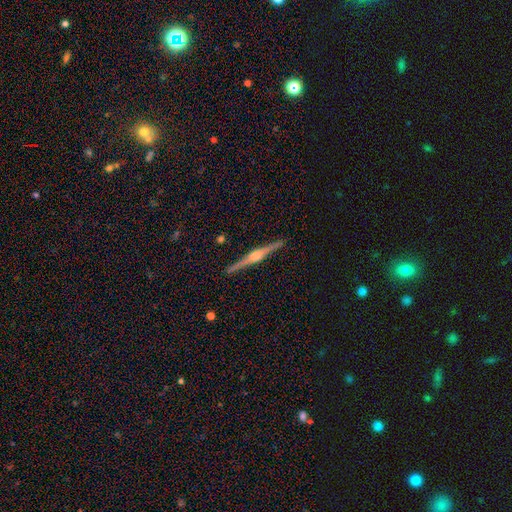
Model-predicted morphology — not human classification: smooth_or_featured: featured or disk (p=0.87) [alt: smooth p=0.08]
disk_edge_on: yes (p=0.99) [alt: no p=0.01]
edge_on_bulge: rounded (p=0.86) [alt: boxy p=0.11]
merging: none (p=0.92) [alt: minor disturbance p=0.05]